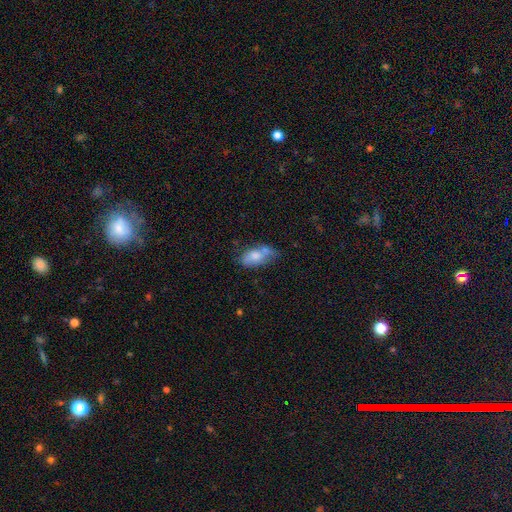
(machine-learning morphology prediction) Smooth or featured? smooth (72%)
How rounded? in between (89%)
Merging? none (37%)